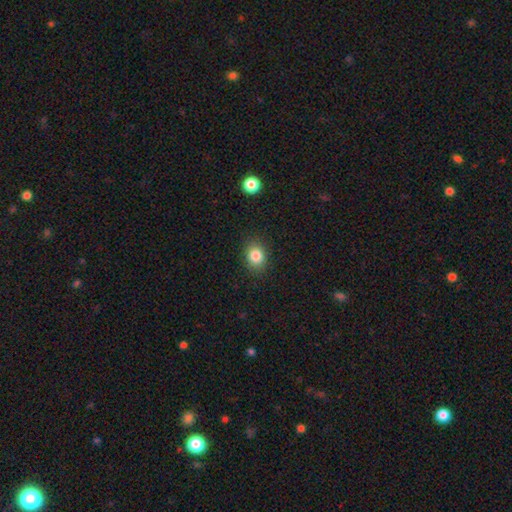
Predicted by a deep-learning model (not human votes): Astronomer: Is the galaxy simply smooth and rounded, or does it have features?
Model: smooth — 84%.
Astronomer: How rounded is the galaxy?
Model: round — 51% (runner-up: in between, 48%).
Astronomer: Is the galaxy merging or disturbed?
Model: none — 86%.